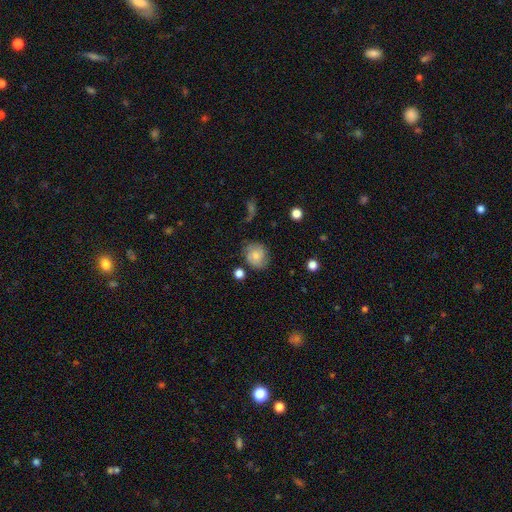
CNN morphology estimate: Smooth or featured: smooth — 63% (featured or disk — 28%)
How rounded: round — 72% (in between — 26%)
Merging: none — 69% (minor disturbance — 21%)